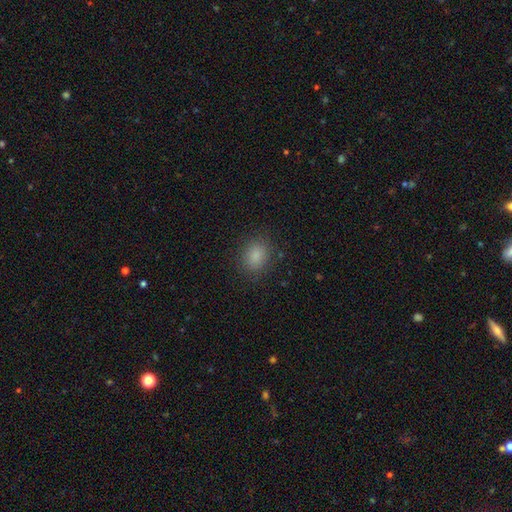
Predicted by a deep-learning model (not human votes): Smooth or featured?
  - smooth: 86% *
  - star or artifact: 10%
  - featured or disk: 4%
How rounded?
  - in between: 55% *
  - round: 43%
  - cigar-shaped: 1%
Merging?
  - none: 85% *
  - minor disturbance: 11%
  - major disturbance: 4%
  - merger: 1%